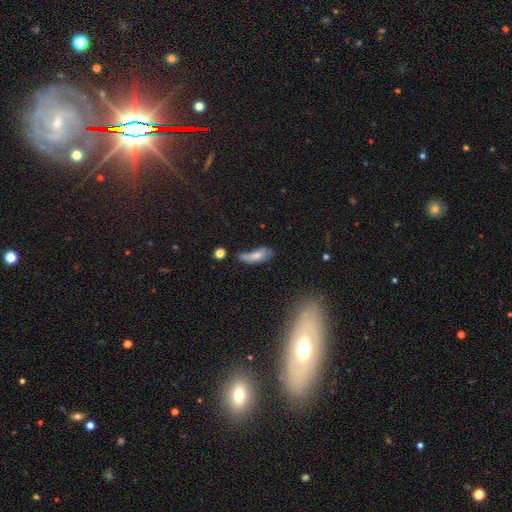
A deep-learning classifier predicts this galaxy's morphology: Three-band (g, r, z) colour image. It shows a smooth galaxy with no disk features (66%) that is in between round and cigar-shaped (65%). Merging: none (30%, tied with minor disturbance).